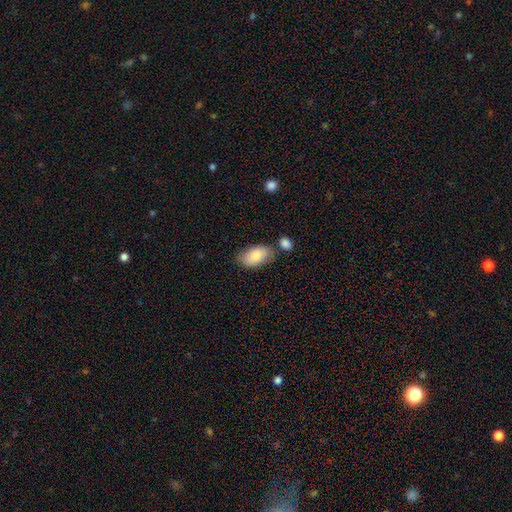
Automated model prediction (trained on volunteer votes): Overall: smooth (80%). How rounded: in between (94%). Merging: none (66%).